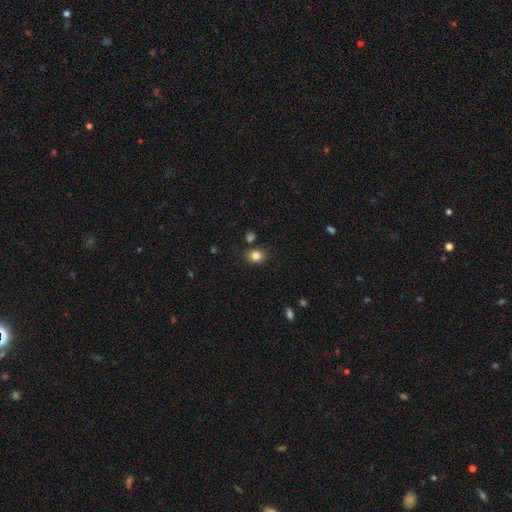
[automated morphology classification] Overall: smooth (83%). How rounded: round (58%; in between 41%). Merging: none (81%).